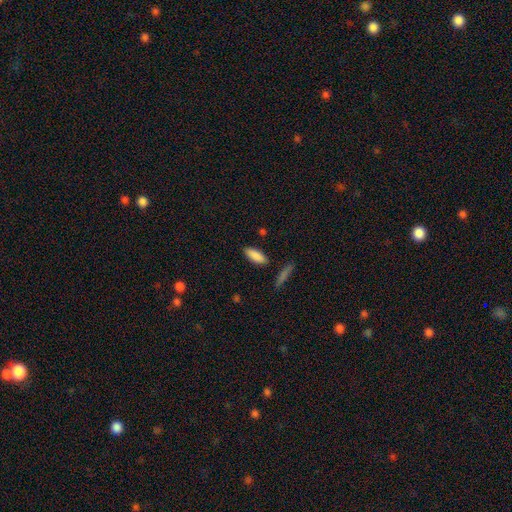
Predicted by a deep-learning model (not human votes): smooth 88%, star or artifact 7%, featured or disk 6%. Down the decision tree: how rounded — in between (71%); merging — none (85%).